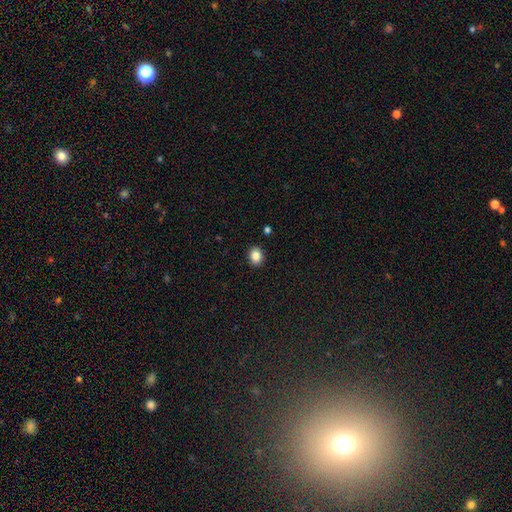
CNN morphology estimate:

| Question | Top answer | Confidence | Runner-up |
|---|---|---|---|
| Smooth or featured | smooth | 86% | star or artifact (10%) |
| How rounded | round | 55% | in between (44%) |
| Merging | none | 90% | minor disturbance (7%) |